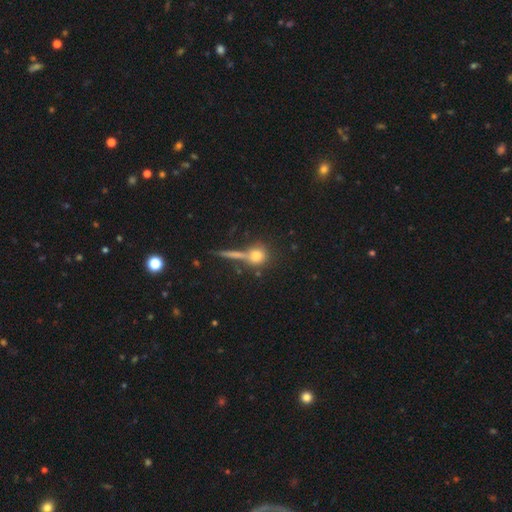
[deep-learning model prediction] smooth-or-featured: smooth: 73% | featured or disk: 15% | star or artifact: 13%
  how-rounded: round: 84% | in between: 11% | cigar-shaped: 5%
  merging: none: 58% | merger: 21% | minor disturbance: 13% | major disturbance: 8%